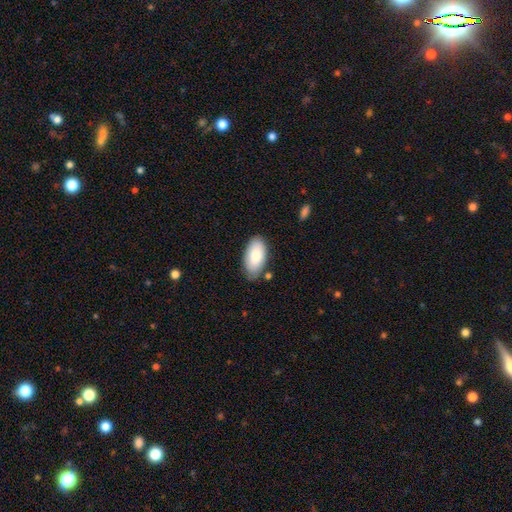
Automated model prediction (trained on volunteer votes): This is clearly a smooth galaxy (82%). How rounded: clearly in between (95%). Merging: likely none (78%).